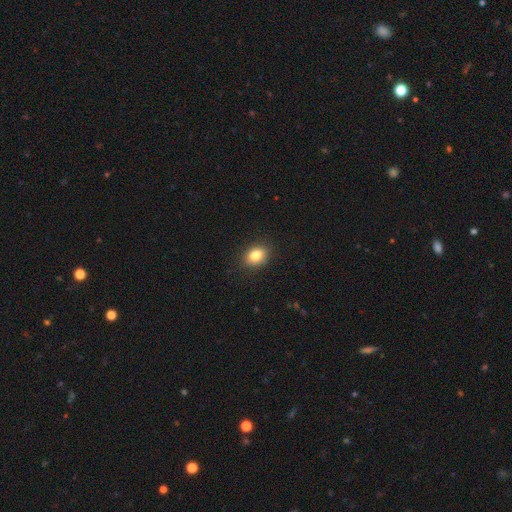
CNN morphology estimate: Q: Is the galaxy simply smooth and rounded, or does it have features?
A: smooth — 83%.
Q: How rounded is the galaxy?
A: in between — 66%.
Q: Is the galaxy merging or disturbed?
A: none — 88%.